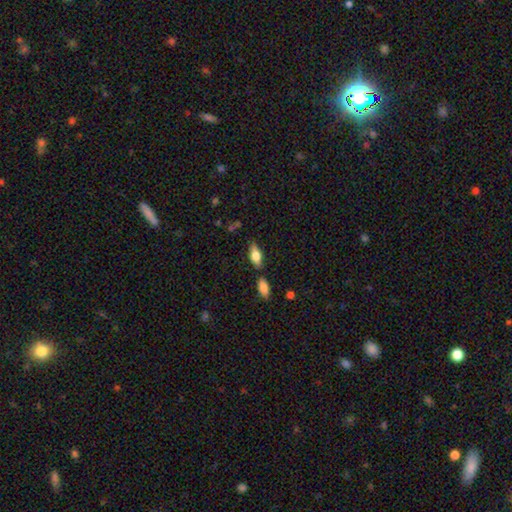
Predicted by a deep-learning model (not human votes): Smooth or featured?
  - smooth: 62% *
  - featured or disk: 30%
  - star or artifact: 7%
How rounded?
  - in between: 75% *
  - cigar-shaped: 22%
  - round: 3%
Merging?
  - none: 77% *
  - minor disturbance: 13%
  - merger: 7%
  - major disturbance: 3%